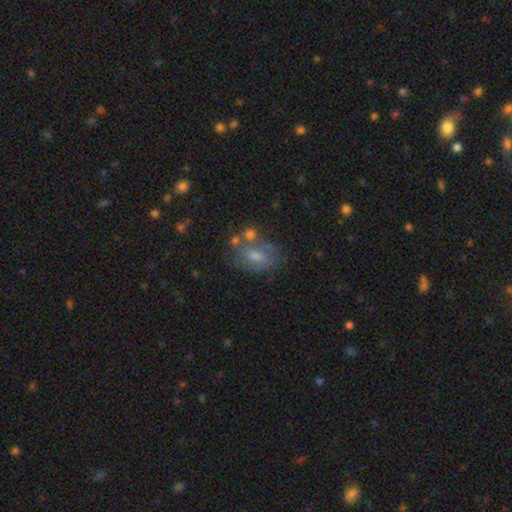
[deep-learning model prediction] A smooth galaxy with no disk features (52%) that is in between round and cigar-shaped (78%).

Vote fractions:
- Smooth or featured? smooth: 52% / featured or disk: 32% / star or artifact: 16%
- How rounded? in between: 78% / round: 18% / cigar-shaped: 4%
- Merging? none: 57% / minor disturbance: 19% / merger: 15% / major disturbance: 9%